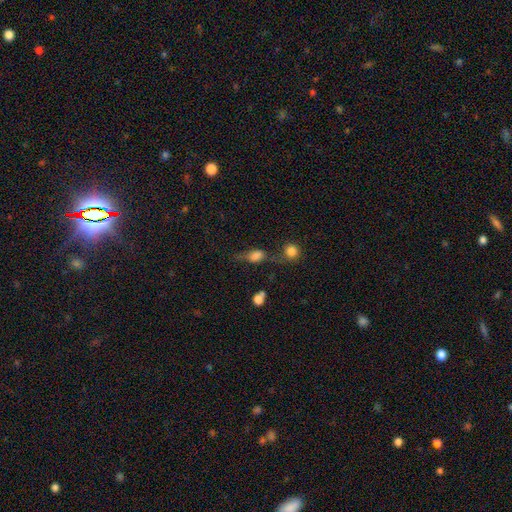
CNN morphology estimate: The model was most divided on "merging": none: 46%, minor disturbance: 22%, major disturbance: 19%, merger: 13%. More confident: how rounded — in between (63%); smooth or featured — smooth (62%).